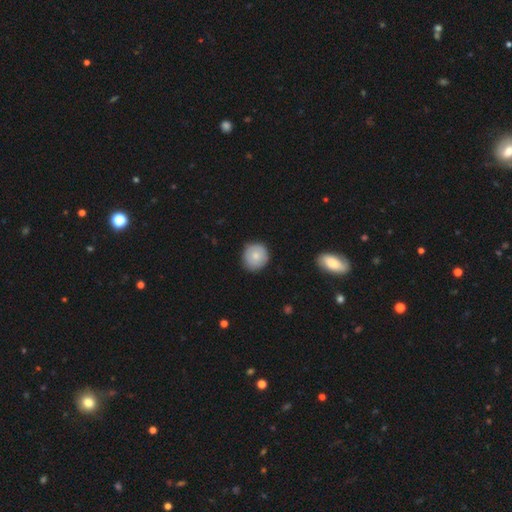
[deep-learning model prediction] A smooth galaxy with no disk features (77%) that is round (91%).

Vote fractions:
- Smooth or featured? smooth: 77% / featured or disk: 16% / star or artifact: 7%
- How rounded? round: 91% / in between: 8% / cigar-shaped: 1%
- Merging? none: 86% / minor disturbance: 11% / major disturbance: 2% / merger: 1%